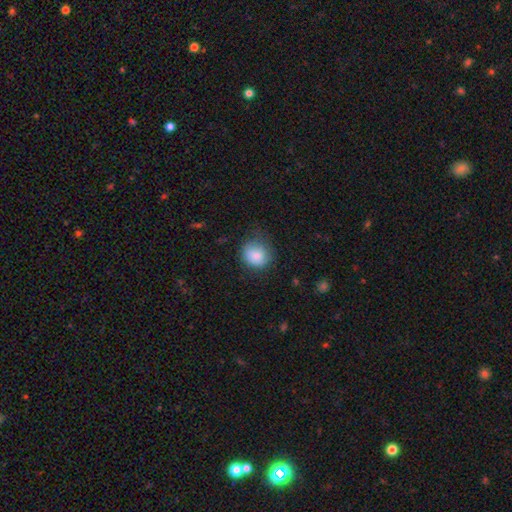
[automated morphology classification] type=smooth (83%); roundness=round (78%); merging=none (65%).